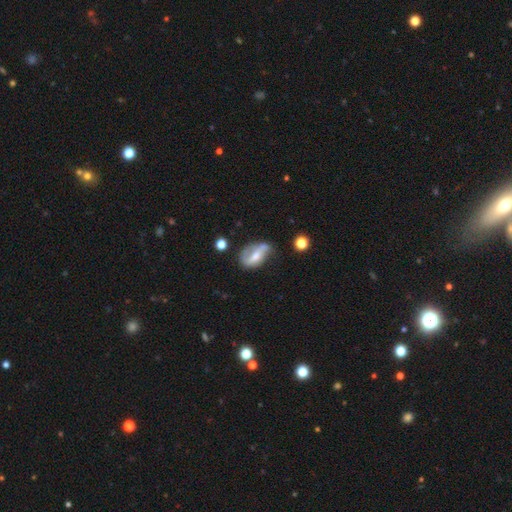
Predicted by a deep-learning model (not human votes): Morphology: type=featured or disk (60%); edge-on=no (93%); bar=weak (37%); spiral arms=yes (71%); bulge=moderate (50%); merging=none (41%).